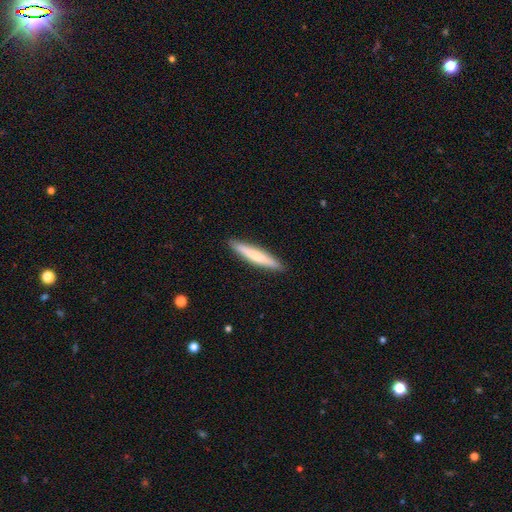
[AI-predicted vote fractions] smooth 63%, featured or disk 32%, star or artifact 5%. Down the decision tree: how rounded — cigar-shaped (94%); merging — none (92%).